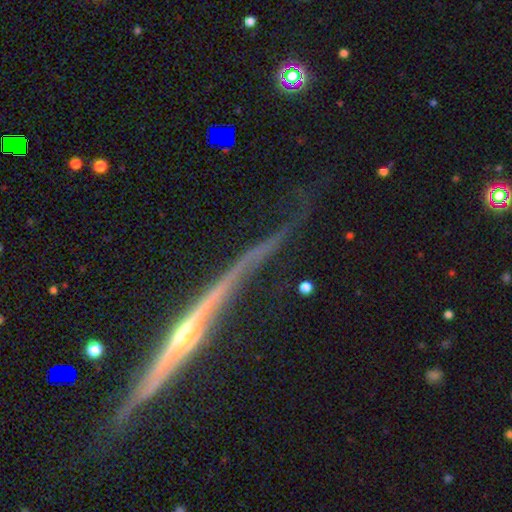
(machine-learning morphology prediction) smooth-or-featured: featured or disk: 86% | star or artifact: 7% | smooth: 7%
  disk-edge-on: yes: 94% | no: 6%
    edge-on-bulge: rounded: 75% | none: 19% | boxy: 6%
  merging: none: 61% | minor disturbance: 24% | major disturbance: 11% | merger: 4%